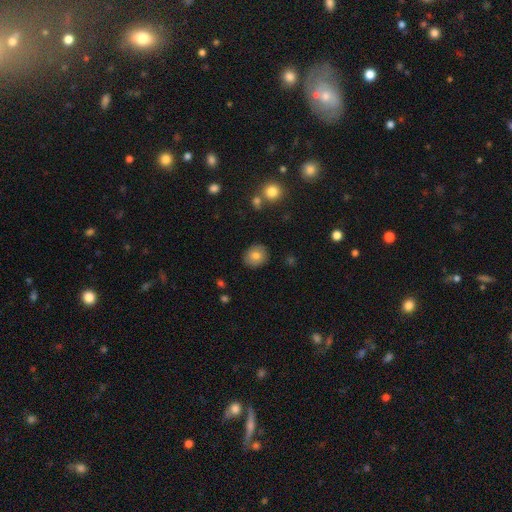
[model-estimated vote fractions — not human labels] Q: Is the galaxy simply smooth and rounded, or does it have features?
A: smooth — 80%.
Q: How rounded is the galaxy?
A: round — 74%.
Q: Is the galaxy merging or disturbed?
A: none — 88%.